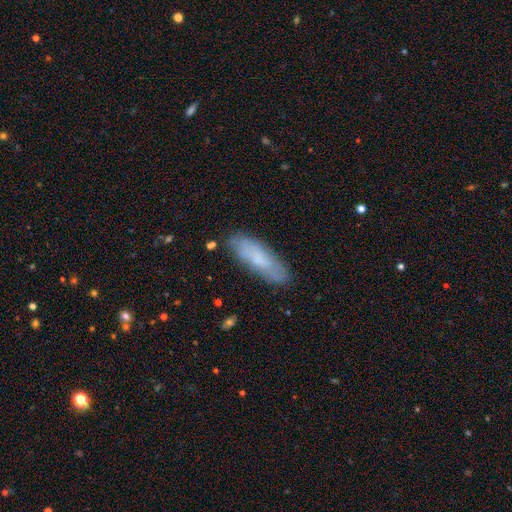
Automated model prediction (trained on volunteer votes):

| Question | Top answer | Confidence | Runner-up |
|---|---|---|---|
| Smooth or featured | smooth | 60% | featured or disk (29%) |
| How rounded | cigar-shaped | 51% | in between (47%) |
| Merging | none | 84% | minor disturbance (12%) |